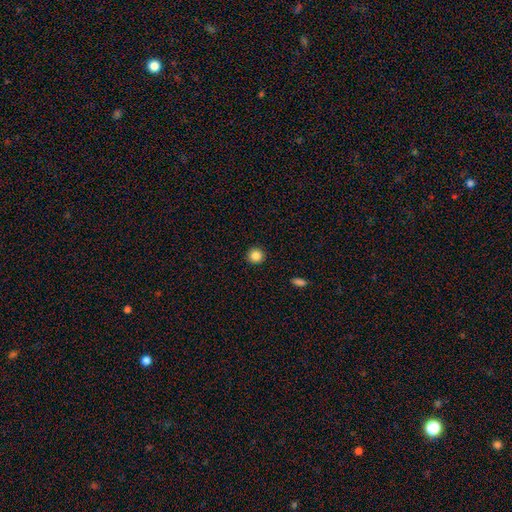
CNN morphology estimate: This appears to be a smooth galaxy with no disk features (86%) that is round (94%). Merging: none (93%).